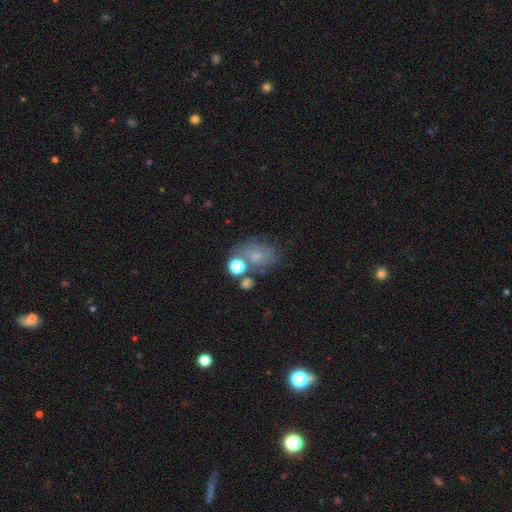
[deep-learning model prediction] Smooth or featured?
  - smooth: 57% *
  - featured or disk: 24%
  - star or artifact: 19%
How rounded?
  - in between: 54% *
  - round: 45%
  - cigar-shaped: 1%
Merging?
  - none: 48% *
  - minor disturbance: 20%
  - merger: 19%
  - major disturbance: 13%